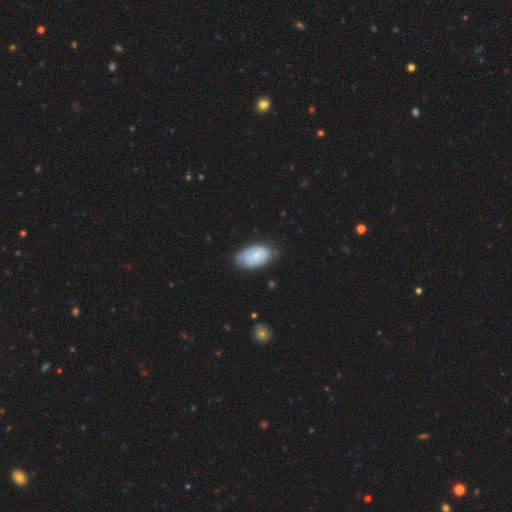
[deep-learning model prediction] The model was most divided on "smooth or featured": smooth: 57%, featured or disk: 37%, star or artifact: 6%. More confident: how rounded — in between (92%); merging — none (65%).